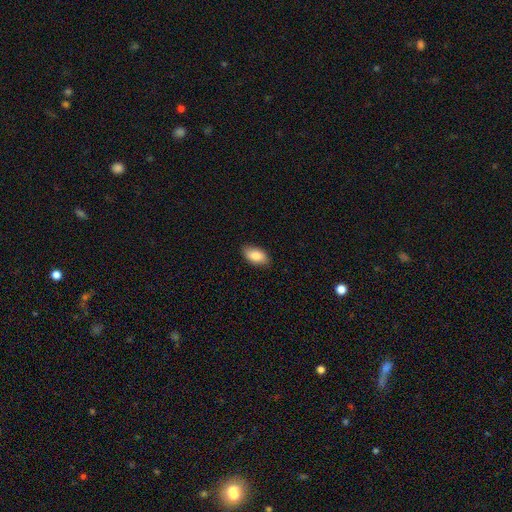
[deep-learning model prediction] This is clearly a smooth galaxy (84%). How rounded: clearly in between (93%). Merging: clearly none (86%).